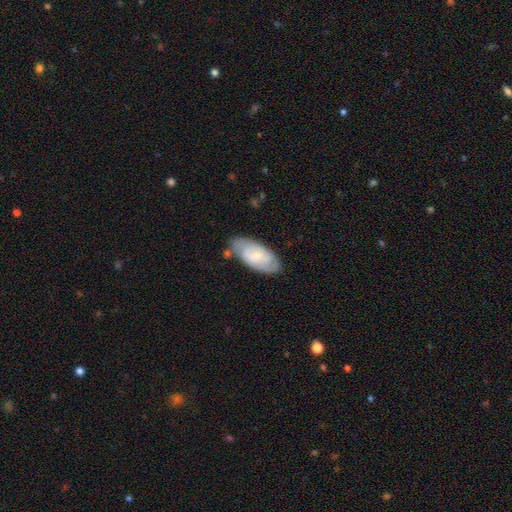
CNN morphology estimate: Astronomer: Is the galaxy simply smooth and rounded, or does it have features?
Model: featured or disk — 49% (runner-up: smooth, 45%).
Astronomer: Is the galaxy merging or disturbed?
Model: none — 70%.